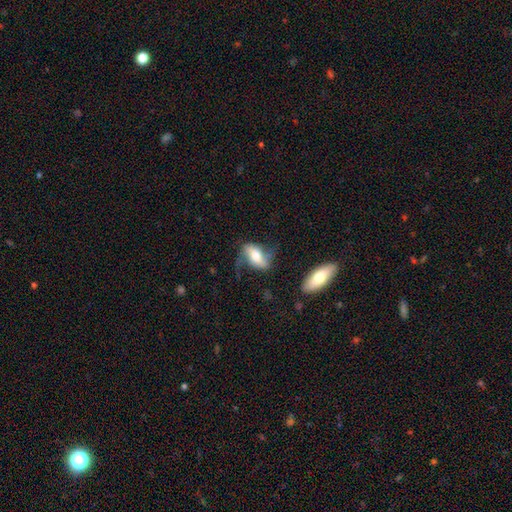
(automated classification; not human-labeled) Q: Smooth or featured?
A: featured or disk (58%); runner-up: smooth (35%)
Q: Edge-on disk?
A: no (85%); runner-up: yes (15%)
Q: Merging?
A: none (51%); runner-up: minor disturbance (25%)